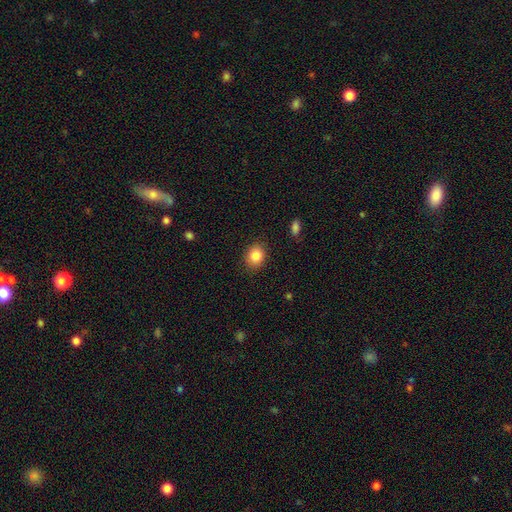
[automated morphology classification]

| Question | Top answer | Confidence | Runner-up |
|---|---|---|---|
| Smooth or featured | smooth | 85% | star or artifact (9%) |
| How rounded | round | 58% | in between (41%) |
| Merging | none | 87% | minor disturbance (9%) |